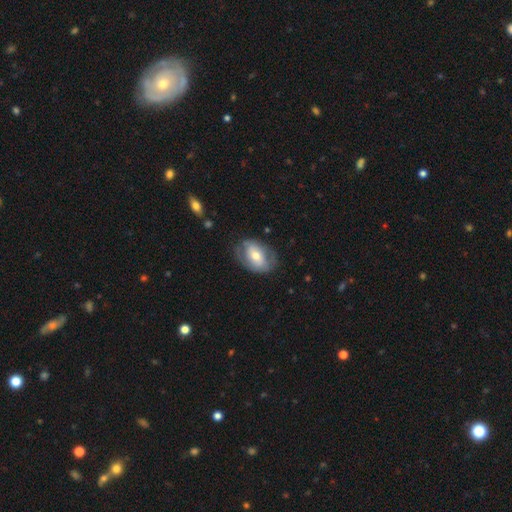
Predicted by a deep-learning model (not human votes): The model was most divided on "smooth or featured": smooth: 47%, featured or disk: 46%, star or artifact: 6%. More confident: merging — none (67%).